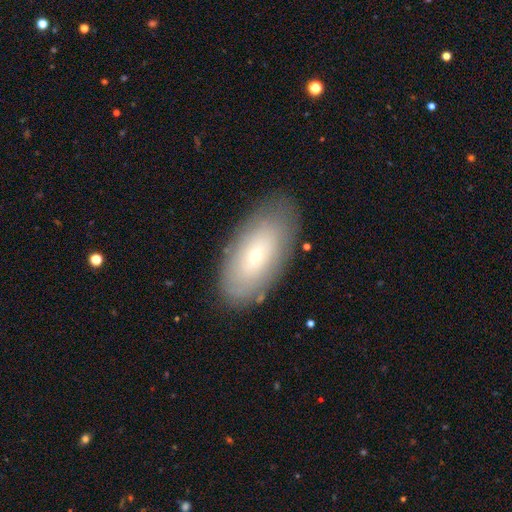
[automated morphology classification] Smooth or featured: smooth — 56% (featured or disk — 34%)
How rounded: in between — 92% (round — 4%)
Merging: none — 82% (minor disturbance — 13%)